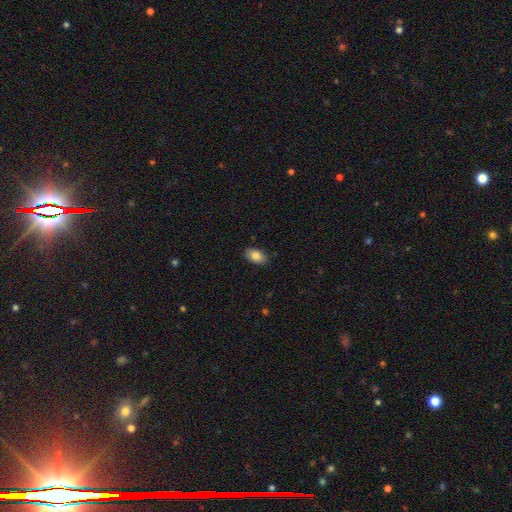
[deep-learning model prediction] A smooth galaxy with no disk features (85%) that is in between round and cigar-shaped (92%).

Vote fractions:
- Smooth or featured? smooth: 85% / featured or disk: 7% / star or artifact: 7%
- How rounded? in between: 92% / round: 6% / cigar-shaped: 2%
- Merging? none: 86% / minor disturbance: 11% / major disturbance: 2% / merger: 1%